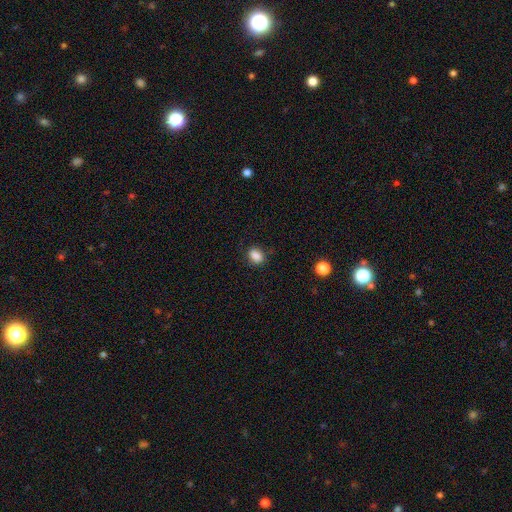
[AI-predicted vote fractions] Morphology: type=smooth (87%); roundness=in between (66%); merging=none (81%).